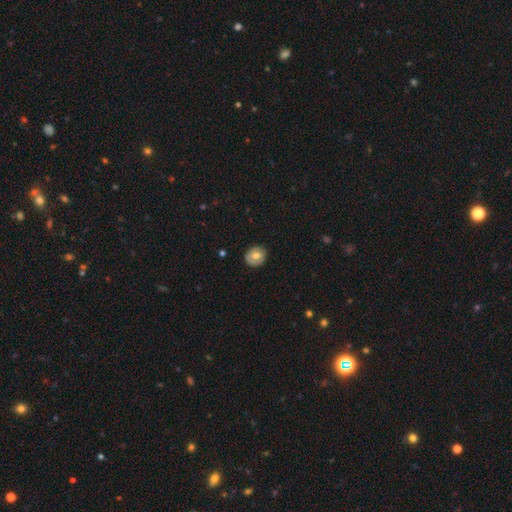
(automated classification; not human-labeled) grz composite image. It shows a smooth galaxy with no disk features (62%) that is round (79%). Merging: none (85%).